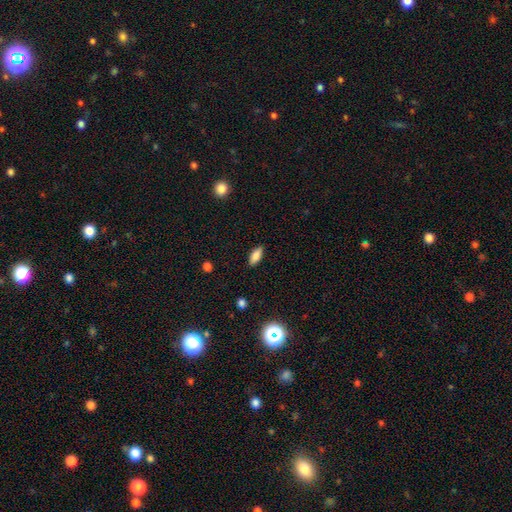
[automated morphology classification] smooth-or-featured: smooth: 81% | featured or disk: 10% | star or artifact: 9%
  how-rounded: in between: 80% | cigar-shaped: 18% | round: 3%
  merging: none: 88% | minor disturbance: 9% | major disturbance: 2% | merger: 1%